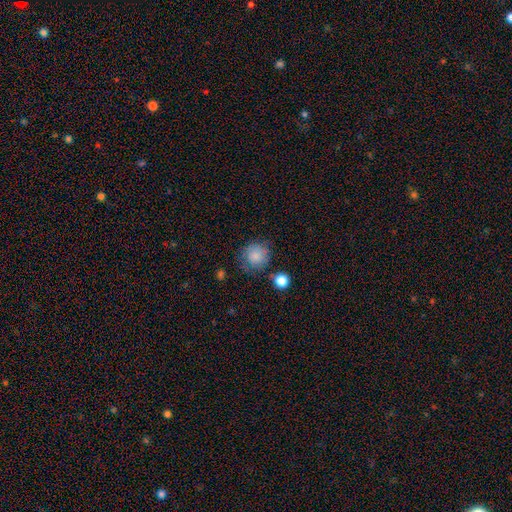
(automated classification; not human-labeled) This appears to be a smooth galaxy with no disk features (79%) that is round (89%). Merging: none (68%).